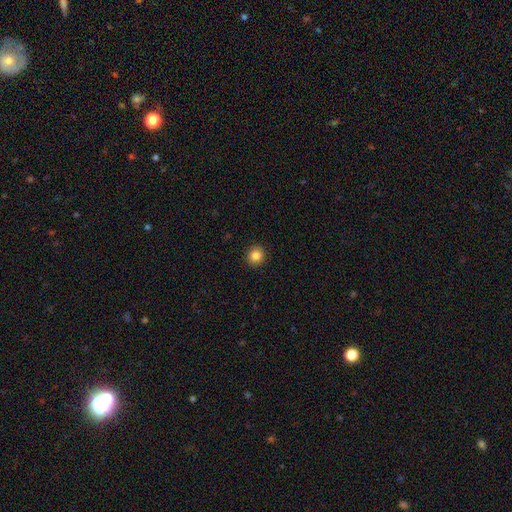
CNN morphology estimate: Overall: smooth (84%). How rounded: round (92%). Merging: none (93%).